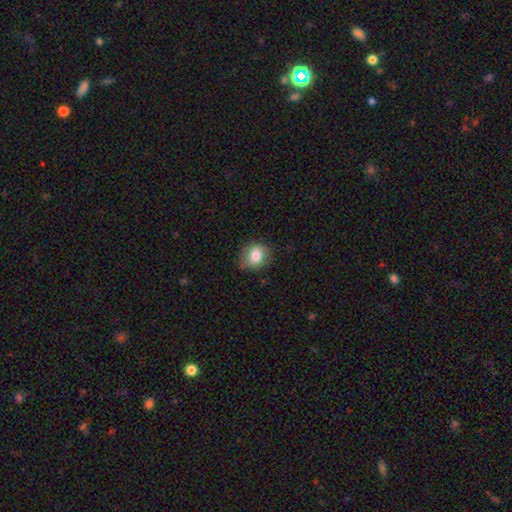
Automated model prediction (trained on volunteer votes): Overall: smooth (79%). How rounded: round (66%; in between 33%). Merging: none (74%).